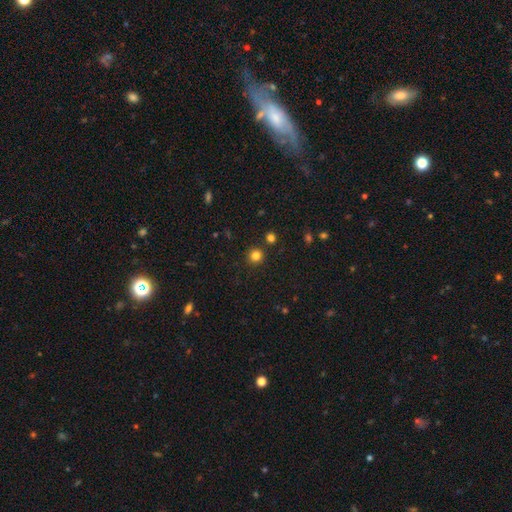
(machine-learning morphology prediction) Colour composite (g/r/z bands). It shows a smooth galaxy with no disk features (82%) that is round (93%). Merging: none (88%).